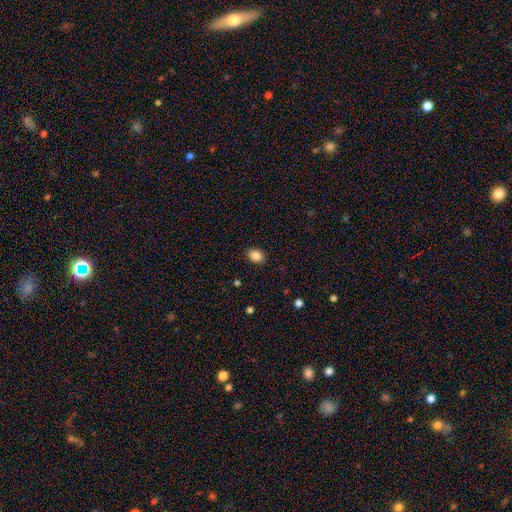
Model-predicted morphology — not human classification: Smooth or featured?
  - smooth: 86% *
  - star or artifact: 9%
  - featured or disk: 5%
How rounded?
  - in between: 70% *
  - round: 29%
  - cigar-shaped: 1%
Merging?
  - none: 89% *
  - minor disturbance: 8%
  - major disturbance: 2%
  - merger: 1%